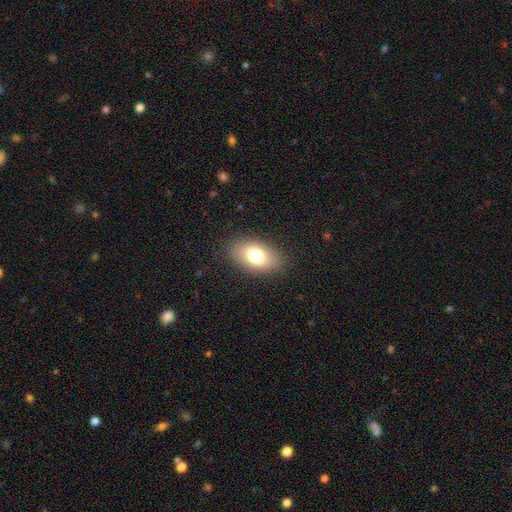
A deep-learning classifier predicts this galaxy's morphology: A smooth galaxy with no disk features (73%) that is in between round and cigar-shaped (90%).

Vote fractions:
- Smooth or featured? smooth: 73% / featured or disk: 18% / star or artifact: 9%
- How rounded? in between: 90% / round: 8% / cigar-shaped: 2%
- Merging? none: 86% / minor disturbance: 10% / major disturbance: 4% / merger: 1%